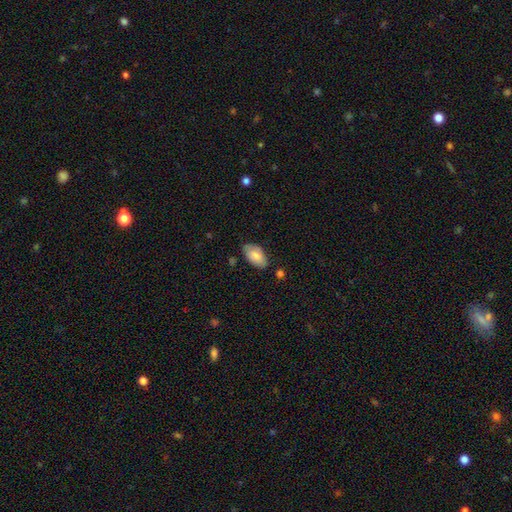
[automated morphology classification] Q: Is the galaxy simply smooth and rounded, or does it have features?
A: smooth — 77%.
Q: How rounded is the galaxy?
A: in between — 95%.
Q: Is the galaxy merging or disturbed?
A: none — 70%.